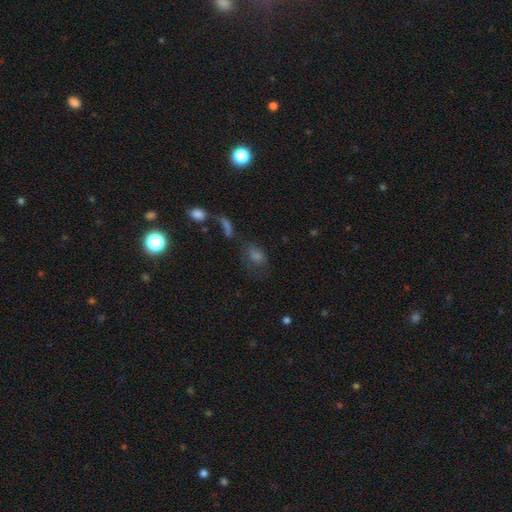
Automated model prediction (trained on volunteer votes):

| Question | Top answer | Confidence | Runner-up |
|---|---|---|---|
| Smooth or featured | smooth | 53% | star or artifact (29%) |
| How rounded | in between | 70% | round (25%) |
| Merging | none | 53% | minor disturbance (19%) |